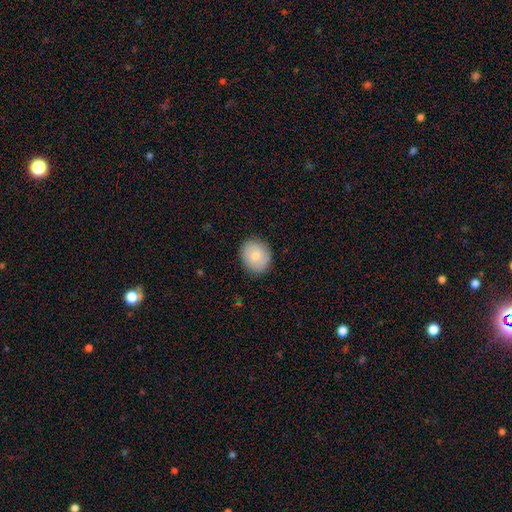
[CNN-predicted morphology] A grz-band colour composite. It shows a smooth galaxy with no disk features (72%) that is round (73%). Merging: none (87%).